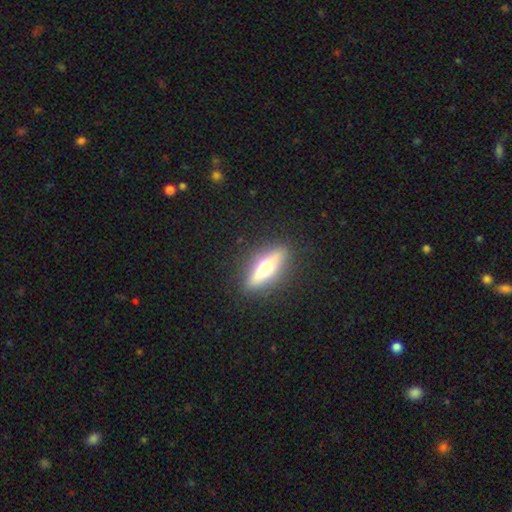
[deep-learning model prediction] Smooth or featured? Predicted: featured or disk (p=0.54). Edge-on disk? Predicted: yes (p=0.86). Merging? Predicted: none (p=0.88).